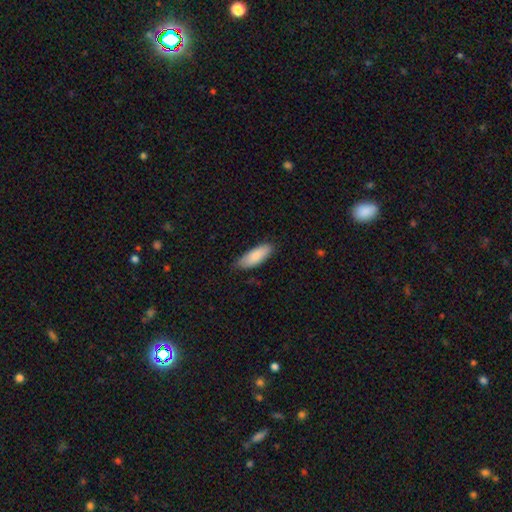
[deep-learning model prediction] Overall: smooth (84%). How rounded: in between (71%). Merging: none (78%).